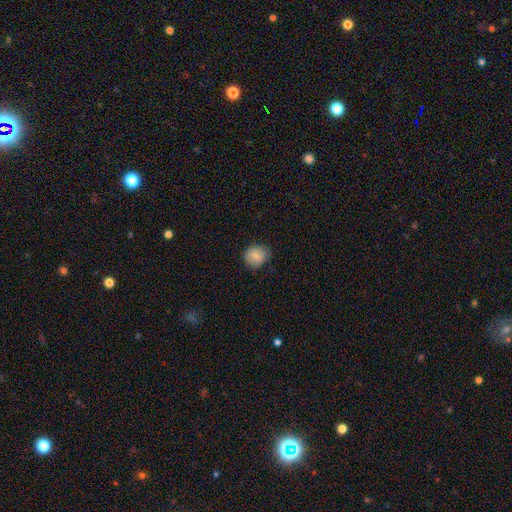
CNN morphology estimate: Smooth or featured? Predicted: smooth (p=0.83). How rounded? Predicted: round (p=0.77). Merging? Predicted: none (p=0.73).